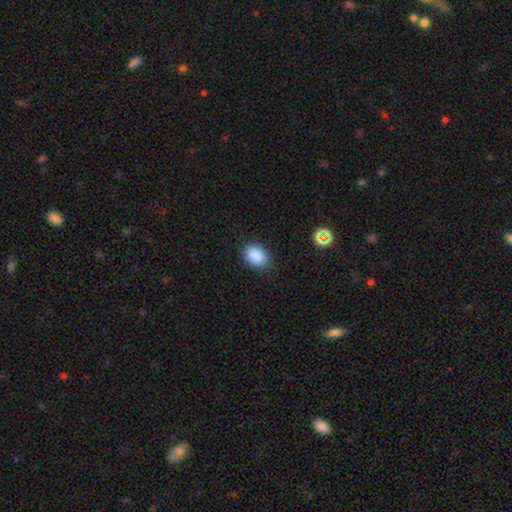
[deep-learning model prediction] Smooth or featured? Predicted: smooth (p=0.88). How rounded? Predicted: in between (p=0.78). Merging? Predicted: none (p=0.85).